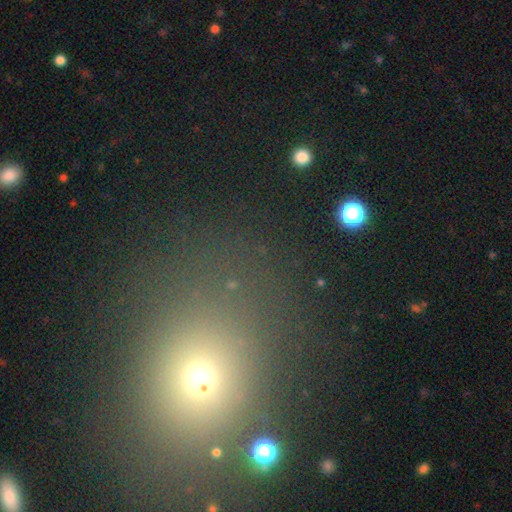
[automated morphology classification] Smooth or featured? Predicted: smooth (p=0.49). Merging? Predicted: none (p=0.80).